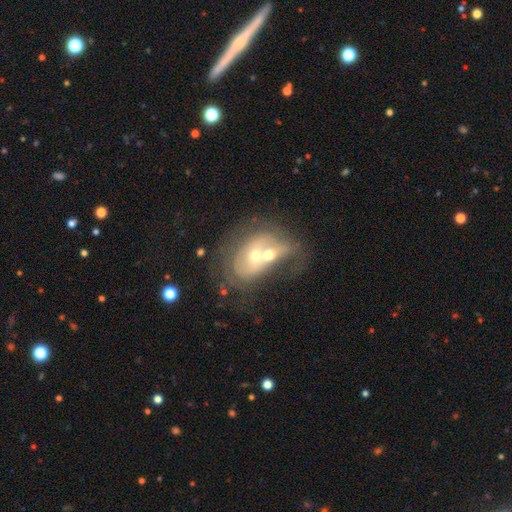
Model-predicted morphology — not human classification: The model was most divided on "smooth or featured": featured or disk: 55%, smooth: 35%, star or artifact: 9%. More confident: edge-on disk — no (95%); bar — no (84%); spiral arms — no (73%); merging — merger (69%); bulge size — moderate (58%).